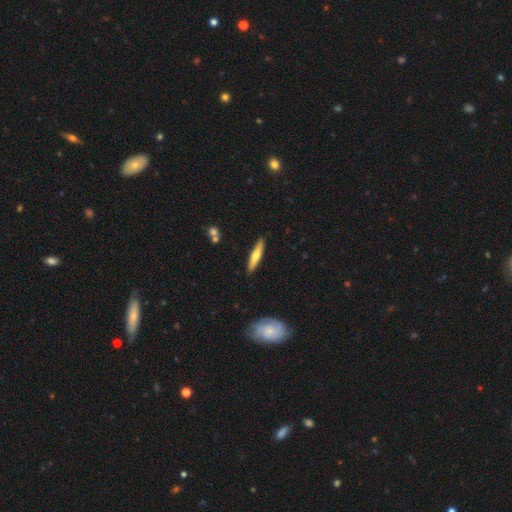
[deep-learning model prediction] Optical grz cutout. It shows a smooth galaxy with no disk features (52%) that is cigar-shaped (87%). Merging: none (89%).